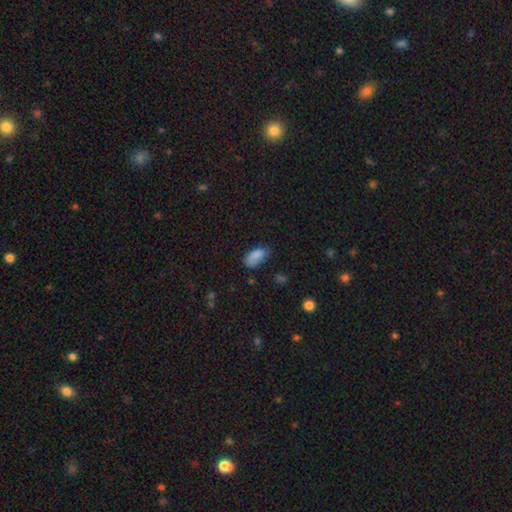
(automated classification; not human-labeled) Q: Smooth or featured?
A: smooth (84%); runner-up: star or artifact (9%)
Q: How rounded?
A: in between (92%); runner-up: cigar-shaped (5%)
Q: Merging?
A: none (55%); runner-up: minor disturbance (32%)